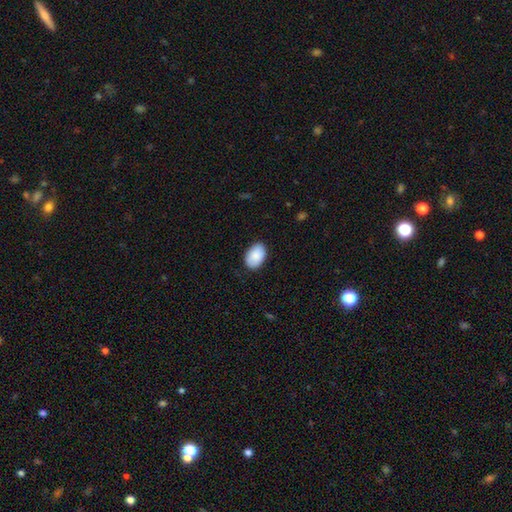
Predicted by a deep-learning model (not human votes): smooth_or_featured: smooth (p=0.89) [alt: star or artifact p=0.06]
how_rounded: in between (p=0.91) [alt: round p=0.08]
merging: none (p=0.86) [alt: minor disturbance p=0.11]